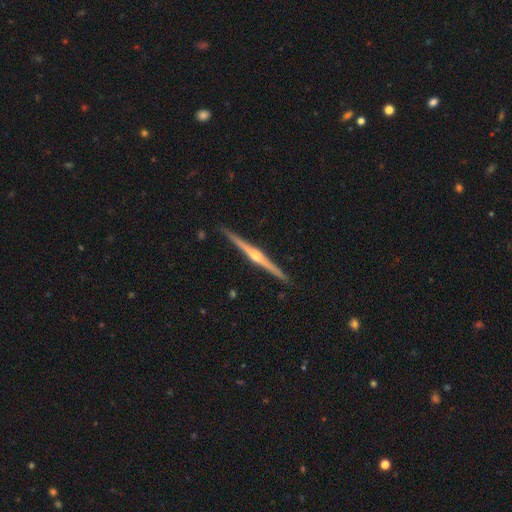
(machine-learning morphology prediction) featured or disk 87%, smooth 8%, star or artifact 4%. Down the decision tree: edge-on disk — yes (99%); edge-on bulge — rounded (90%); merging — none (92%).